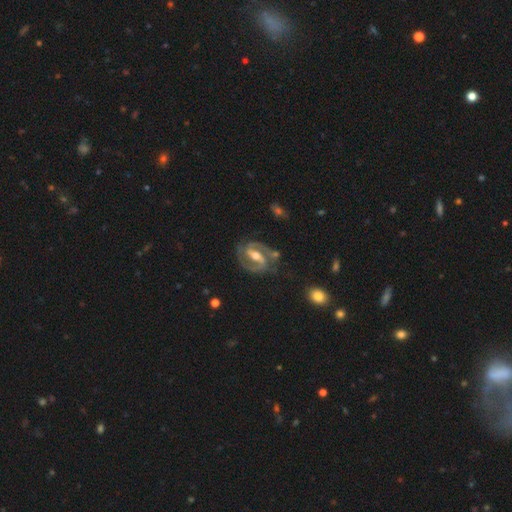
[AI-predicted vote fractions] Smooth or featured? Predicted: featured or disk (p=0.90). Edge-on disk? Predicted: no (p=0.97). Bar? Predicted: strong (p=0.59). Spiral arms? Predicted: yes (p=0.96). Spiral winding? Predicted: medium (p=0.53). Spiral arm count? Predicted: 2 (p=0.92). Bulge size? Predicted: moderate (p=0.67). Merging? Predicted: none (p=0.75).